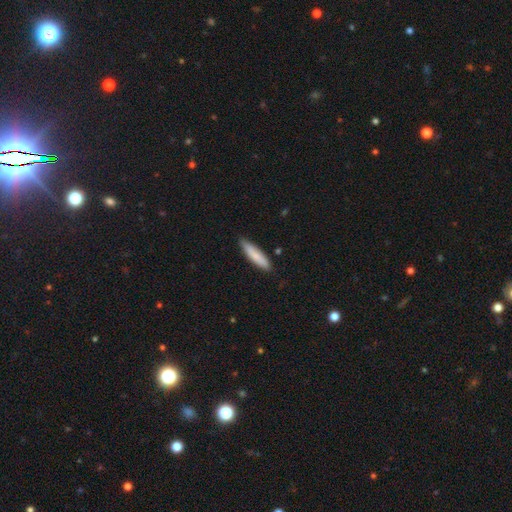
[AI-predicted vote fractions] This appears to be a smooth galaxy with no disk features (80%) that is cigar-shaped (77%). Merging: none (83%).